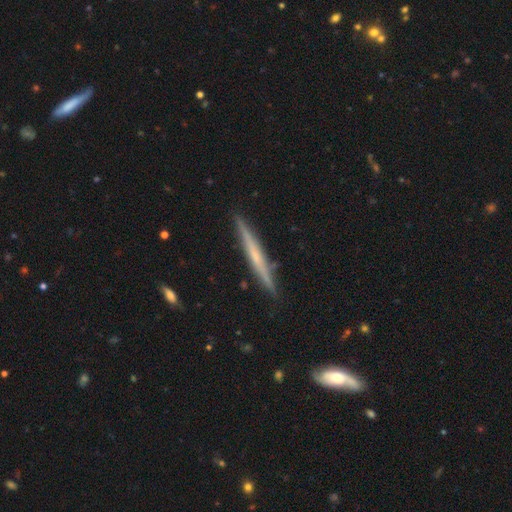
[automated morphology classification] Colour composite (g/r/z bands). It shows a featured or disk galaxy (60%) viewed edge-on (97%) with no central bulge (64%). Merging: none (89%).